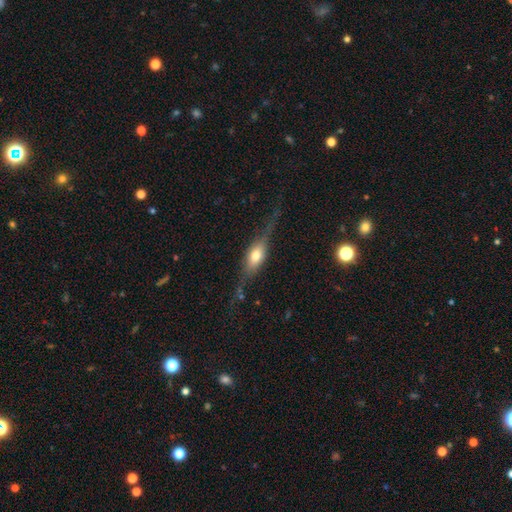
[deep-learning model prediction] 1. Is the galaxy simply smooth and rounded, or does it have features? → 55% featured or disk, 38% smooth, 7% star or artifact.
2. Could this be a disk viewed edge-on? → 89% yes, 11% no.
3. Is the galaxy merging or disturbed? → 66% none, 19% minor disturbance, 12% major disturbance, 2% merger.